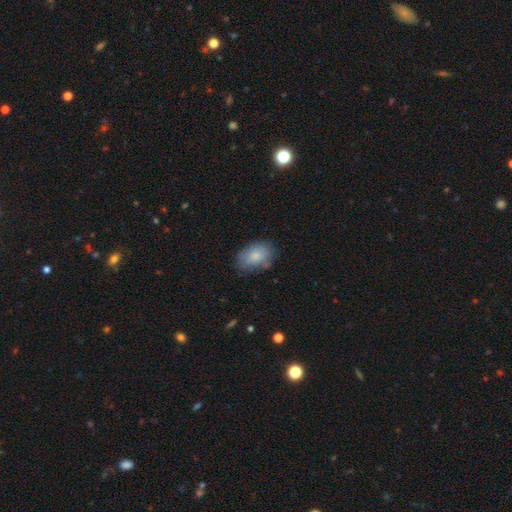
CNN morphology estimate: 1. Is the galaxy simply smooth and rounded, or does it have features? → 81% smooth, 12% featured or disk, 7% star or artifact.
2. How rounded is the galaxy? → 84% in between, 14% round, 1% cigar-shaped.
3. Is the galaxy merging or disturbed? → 70% none, 22% minor disturbance, 5% major disturbance, 3% merger.